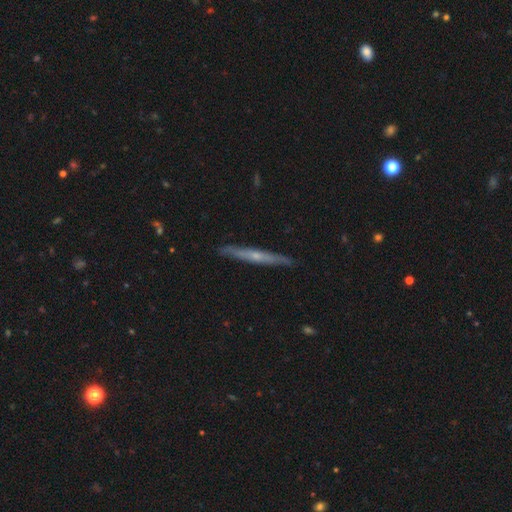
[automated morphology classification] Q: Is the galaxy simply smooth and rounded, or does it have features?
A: featured or disk — 64%.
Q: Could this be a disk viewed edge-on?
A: yes — 95%.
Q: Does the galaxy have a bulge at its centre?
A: rounded — 58%.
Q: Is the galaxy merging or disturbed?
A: none — 89%.